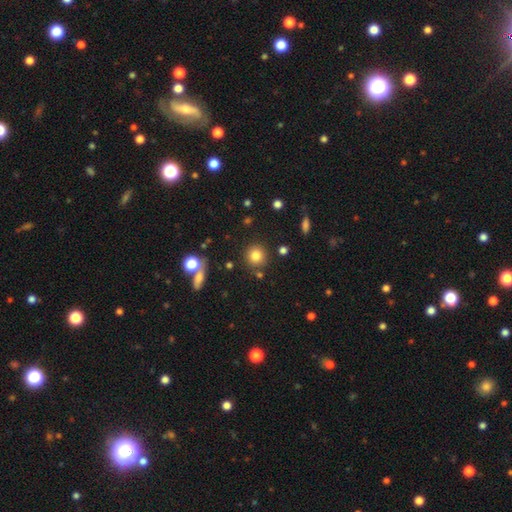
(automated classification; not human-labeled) Smooth or featured? Predicted: smooth (p=0.82). How rounded? Predicted: round (p=0.90). Merging? Predicted: none (p=0.84).